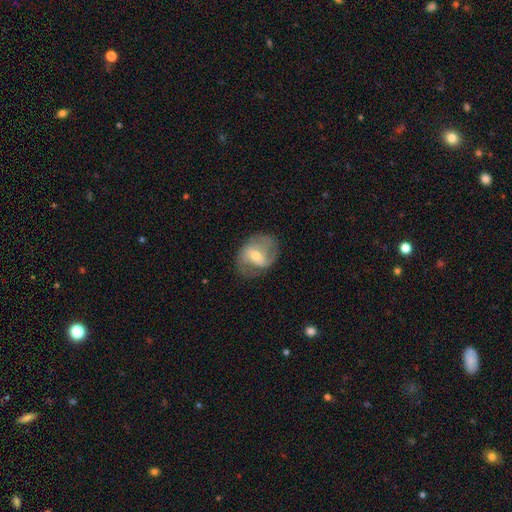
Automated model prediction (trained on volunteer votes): Morphology: type=featured or disk (70%); edge-on=no (97%); bar=weak (49%); spiral arms=yes (86%); winding=medium (46%); arm count=2 (61%); bulge=moderate (52%); merging=none (65%).